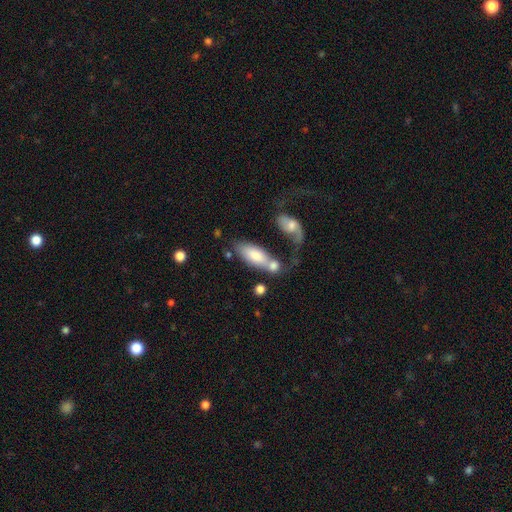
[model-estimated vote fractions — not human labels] A smooth galaxy with no disk features (74%) that is in between round and cigar-shaped (82%).

Vote fractions:
- Smooth or featured? smooth: 74% / featured or disk: 20% / star or artifact: 6%
- How rounded? in between: 82% / cigar-shaped: 15% / round: 3%
- Merging? merger: 41% / none: 34% / minor disturbance: 15% / major disturbance: 10%